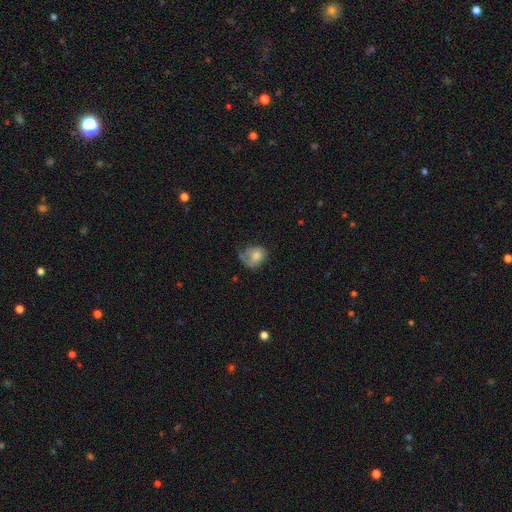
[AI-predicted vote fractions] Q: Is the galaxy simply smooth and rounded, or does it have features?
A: smooth — 58%.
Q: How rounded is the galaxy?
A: in between — 50%.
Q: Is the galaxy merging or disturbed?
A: none — 34%, tied with major disturbance.